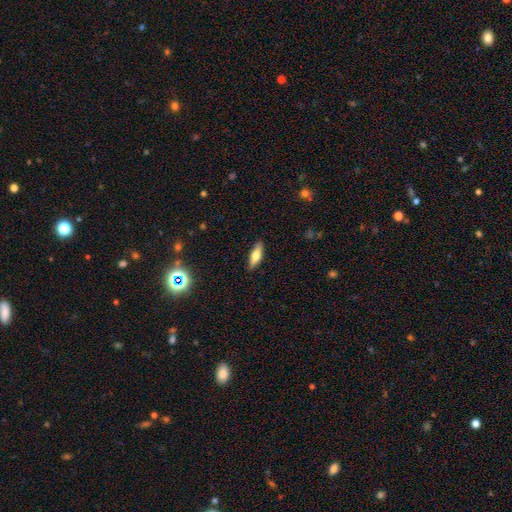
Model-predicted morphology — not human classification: Q: Smooth or featured?
A: smooth (61%); runner-up: featured or disk (31%)
Q: How rounded?
A: cigar-shaped (49%); runner-up: in between (48%)
Q: Merging?
A: none (88%); runner-up: minor disturbance (9%)